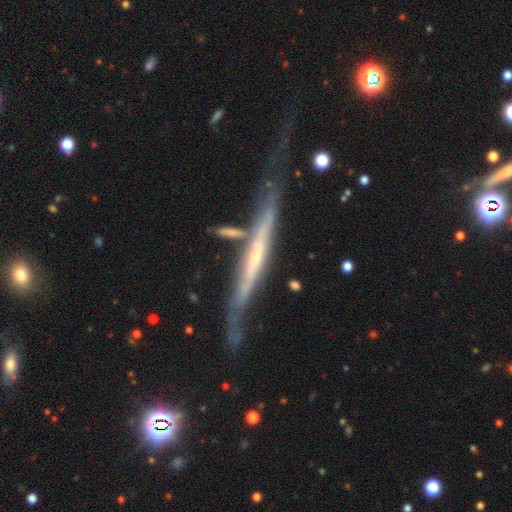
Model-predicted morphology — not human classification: Q: Smooth or featured?
A: featured or disk (77%); runner-up: smooth (18%)
Q: Edge-on disk?
A: yes (87%); runner-up: no (13%)
Q: Edge-on bulge?
A: none (56%); runner-up: rounded (31%)
Q: Merging?
A: none (47%); runner-up: minor disturbance (26%)